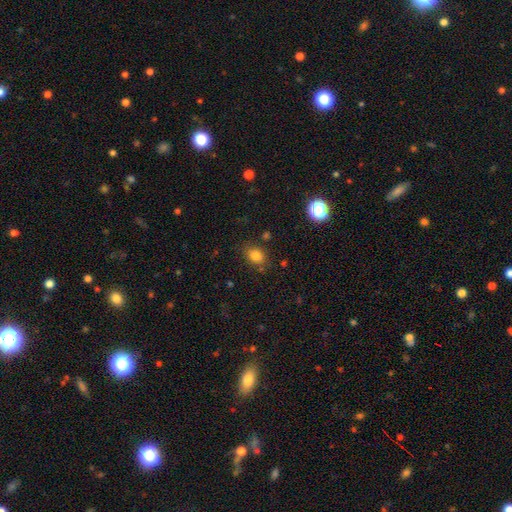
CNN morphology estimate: The model was most divided on "how rounded": round: 50%, in between: 49%, cigar-shaped: 1%. More confident: smooth or featured — smooth (81%); merging — none (78%).